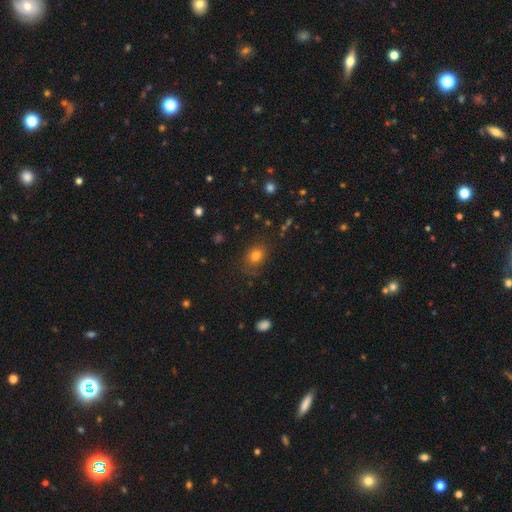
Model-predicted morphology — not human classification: smooth-or-featured: smooth: 78% | star or artifact: 13% | featured or disk: 8%
  how-rounded: in between: 53% | round: 46% | cigar-shaped: 1%
  merging: none: 77% | minor disturbance: 16% | major disturbance: 5% | merger: 2%